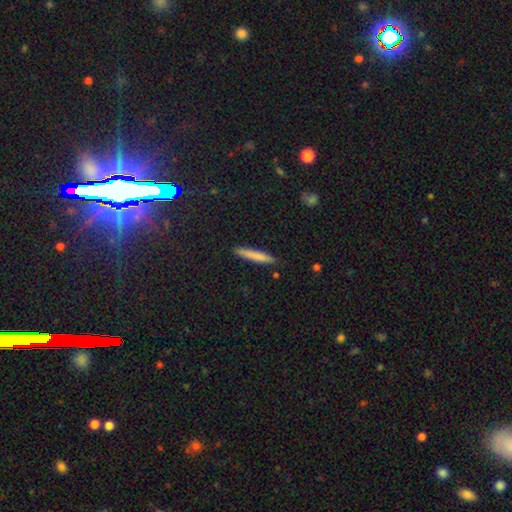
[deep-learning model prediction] A smooth galaxy with no disk features (77%) that is cigar-shaped (94%).

Vote fractions:
- Smooth or featured? smooth: 77% / featured or disk: 16% / star or artifact: 7%
- How rounded? cigar-shaped: 94% / in between: 5% / round: 1%
- Merging? none: 88% / minor disturbance: 9% / major disturbance: 2% / merger: 1%